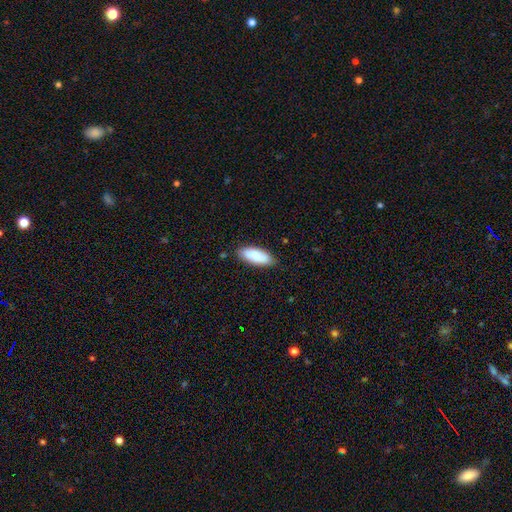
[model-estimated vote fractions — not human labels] smooth-or-featured: smooth: 87% | featured or disk: 8% | star or artifact: 6%
  how-rounded: in between: 81% | cigar-shaped: 17% | round: 2%
  merging: none: 83% | minor disturbance: 13% | major disturbance: 2% | merger: 1%